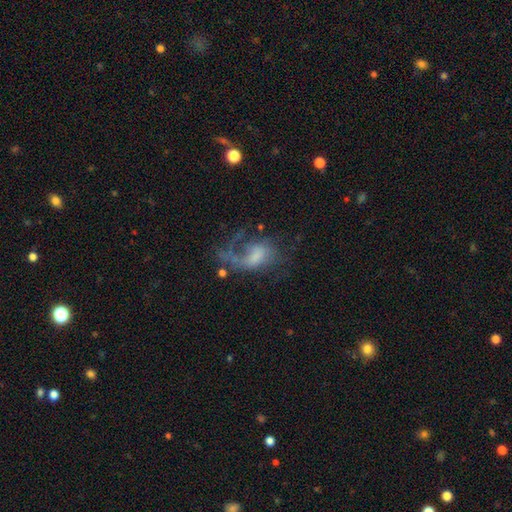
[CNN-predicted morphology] A featured or disk galaxy (64%) with no bar (54%), spiral arms (74%) and a moderate central bulge (31%).

Vote fractions:
- Smooth or featured? featured or disk: 64% / smooth: 25% / star or artifact: 10%
- Edge-on disk? no: 97% / yes: 3%
- Bar? no: 54% / weak: 37% / strong: 8%
- Spiral arms? yes: 74% / no: 26%
- Bulge size? moderate: 31% / small: 29% / none: 26% / large: 11% / dominant: 2%
- Merging? major disturbance: 50% / none: 29% / minor disturbance: 15% / merger: 6%